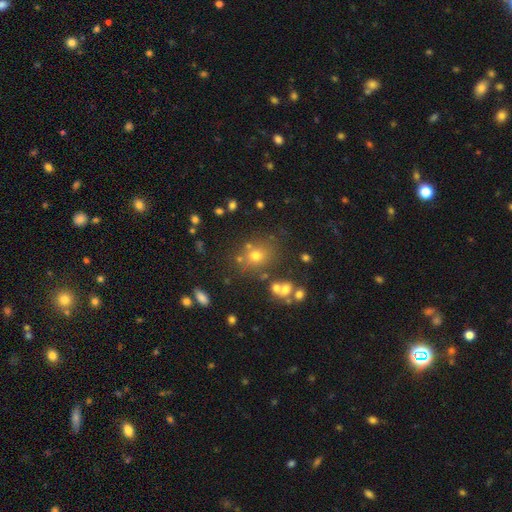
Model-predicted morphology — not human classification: Overall: smooth (66%). How rounded: round (65%; in between 34%). Merging: none (71%).